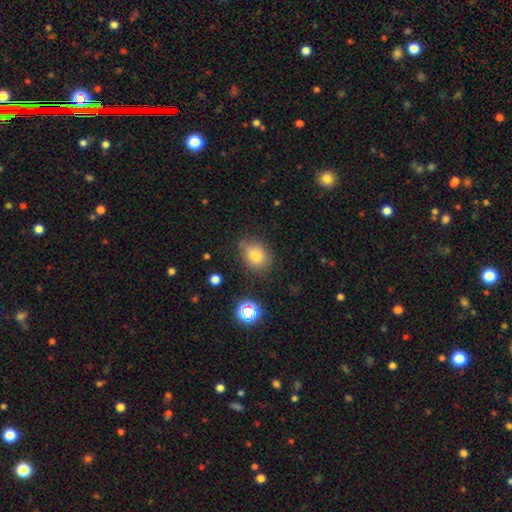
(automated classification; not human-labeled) Overall: smooth (78%). How rounded: in between (53%; round 46%). Merging: none (71%).